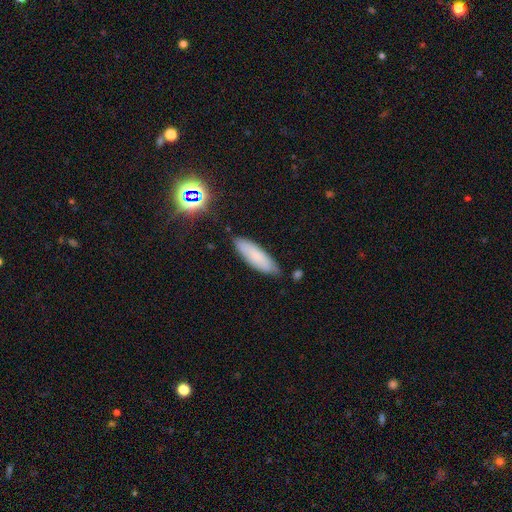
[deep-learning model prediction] Smooth or featured: smooth — 79% (featured or disk — 13%)
How rounded: cigar-shaped — 50% (in between — 48%)
Merging: none — 79% (minor disturbance — 16%)